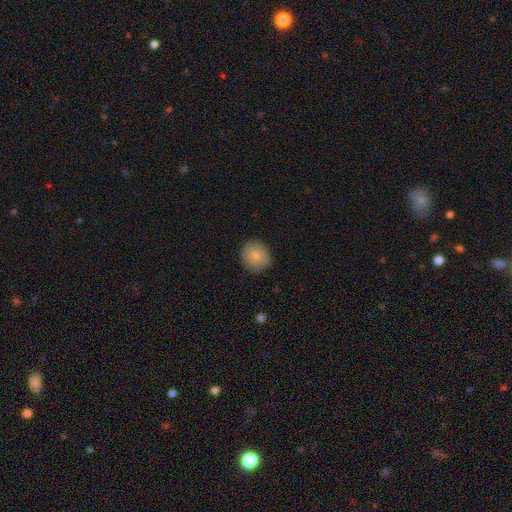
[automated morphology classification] The model was most divided on "how rounded": round: 84%, in between: 15%, cigar-shaped: 1%. More confident: smooth or featured — smooth (85%); merging — none (84%).